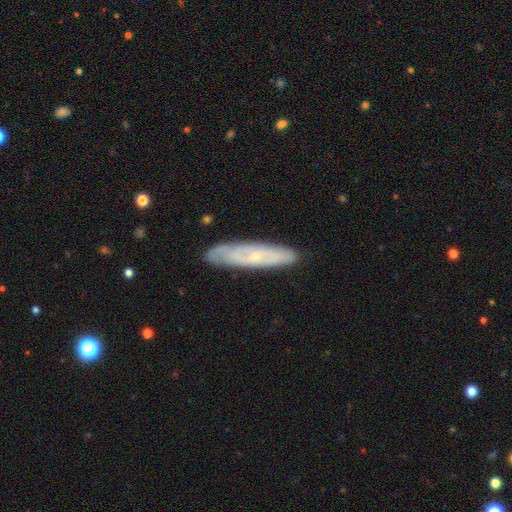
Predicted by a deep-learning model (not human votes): Q: Smooth or featured?
A: featured or disk (63%); runner-up: smooth (31%)
Q: Edge-on disk?
A: no (62%); runner-up: yes (38%)
Q: Merging?
A: none (81%); runner-up: minor disturbance (15%)